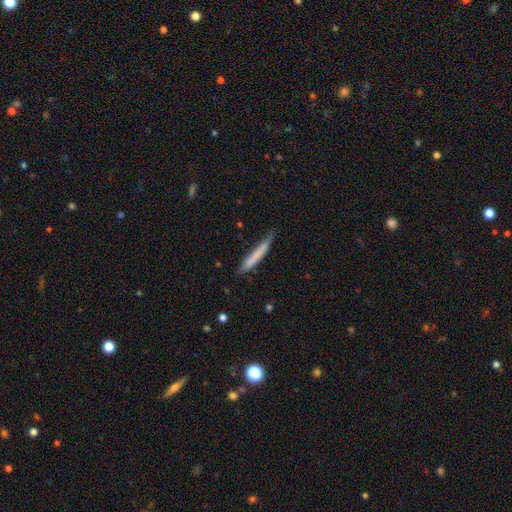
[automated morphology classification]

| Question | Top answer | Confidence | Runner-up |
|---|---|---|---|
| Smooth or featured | smooth | 72% | featured or disk (22%) |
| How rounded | cigar-shaped | 96% | in between (3%) |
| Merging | none | 73% | minor disturbance (22%) |